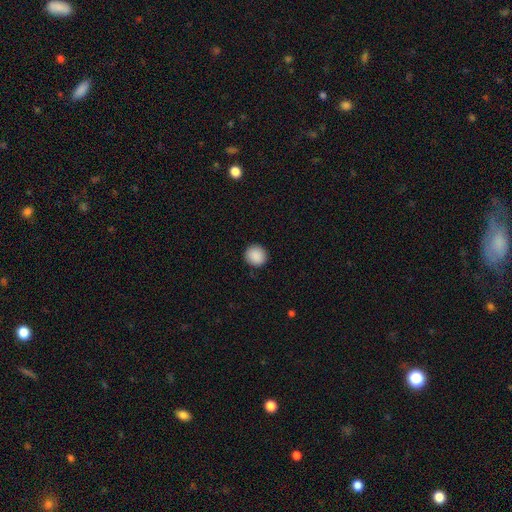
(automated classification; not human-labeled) smooth 90%, star or artifact 8%, featured or disk 3%. Down the decision tree: how rounded — round (93%); merging — none (91%).